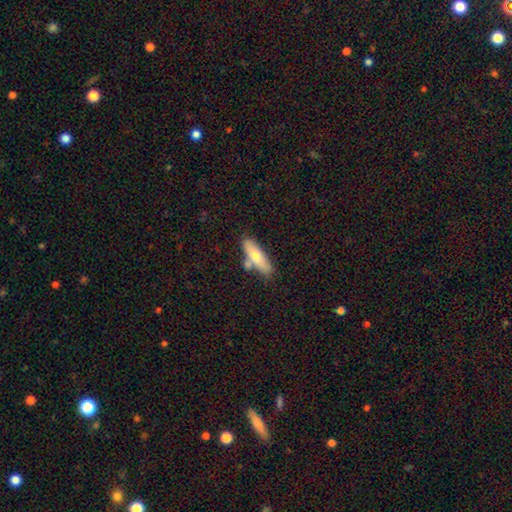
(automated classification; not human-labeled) Smooth or featured? smooth (63%)
How rounded? in between (52%)
Merging? none (62%)